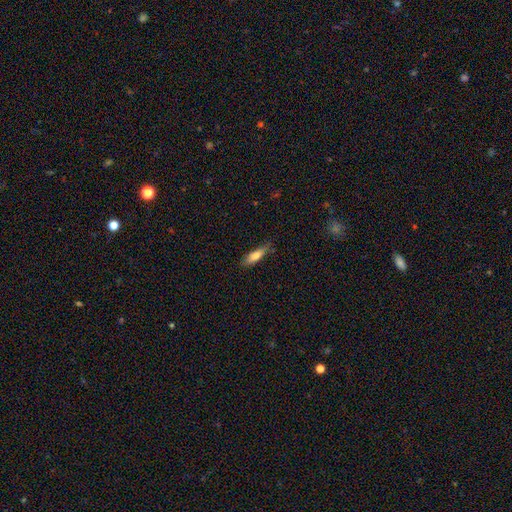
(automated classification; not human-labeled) Overall: smooth (71%). How rounded: cigar-shaped (64%; in between 34%). Merging: none (78%).